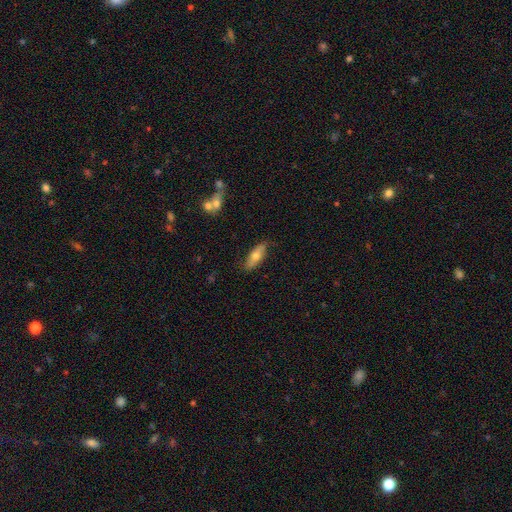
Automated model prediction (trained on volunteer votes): A smooth galaxy with no disk features (63%) that is in between round and cigar-shaped (57%). Merging: none (80%).